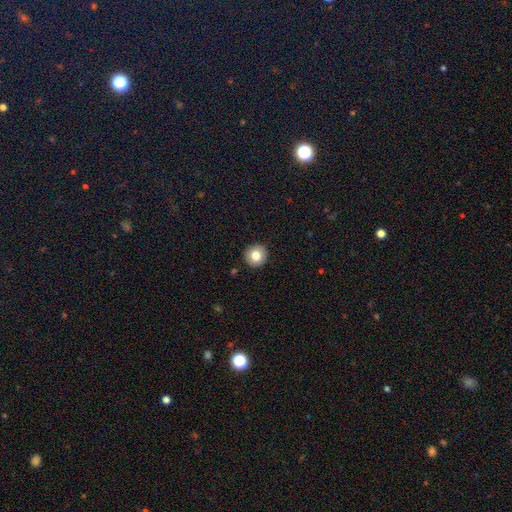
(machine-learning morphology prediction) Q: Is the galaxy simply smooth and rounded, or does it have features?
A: smooth — 81%.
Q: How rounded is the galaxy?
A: round — 94%.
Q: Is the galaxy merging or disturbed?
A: none — 92%.